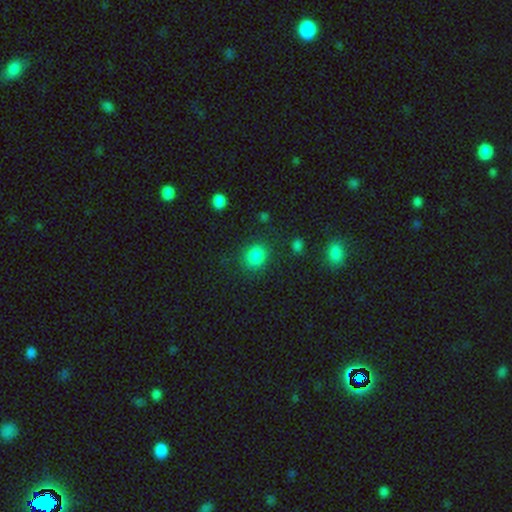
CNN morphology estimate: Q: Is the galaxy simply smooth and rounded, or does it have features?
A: smooth — 84%.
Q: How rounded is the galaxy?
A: round — 69%.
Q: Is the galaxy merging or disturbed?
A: none — 82%.